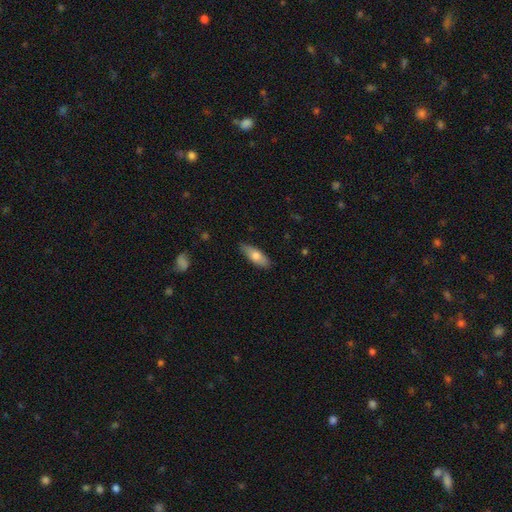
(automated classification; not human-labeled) This appears to be a smooth galaxy with no disk features (70%) that is in between round and cigar-shaped (64%). Merging: none (83%).